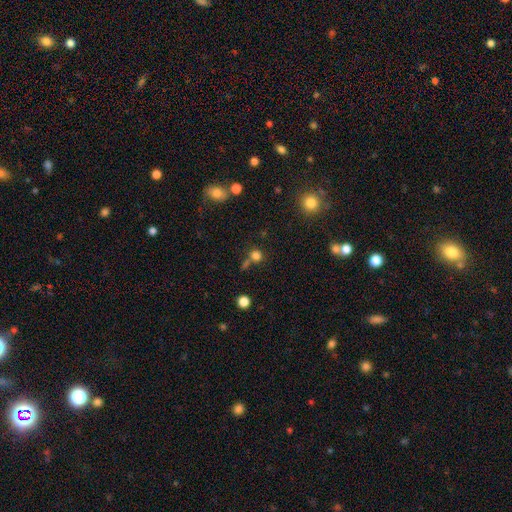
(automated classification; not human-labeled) Smooth or featured? smooth (77%)
How rounded? round (87%)
Merging? none (60%)